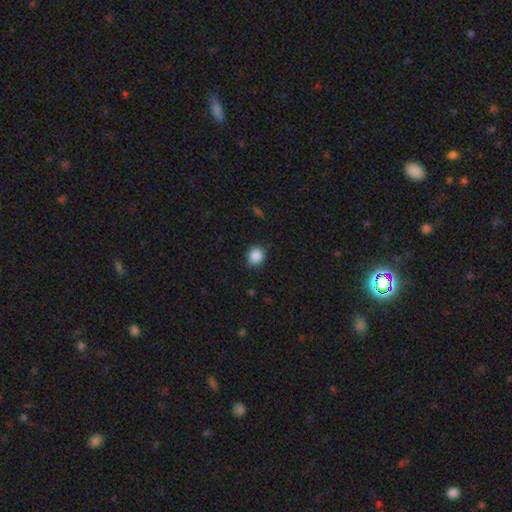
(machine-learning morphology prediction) This appears to be a smooth galaxy with no disk features (87%) that is round (75%). Merging: none (79%).